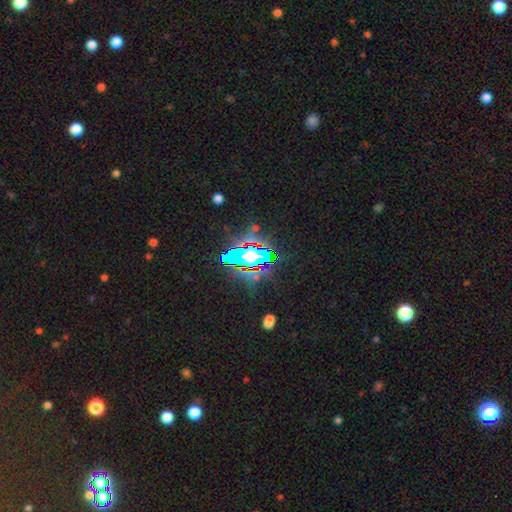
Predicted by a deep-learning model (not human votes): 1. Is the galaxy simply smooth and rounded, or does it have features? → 85% star or artifact, 8% smooth, 7% featured or disk.